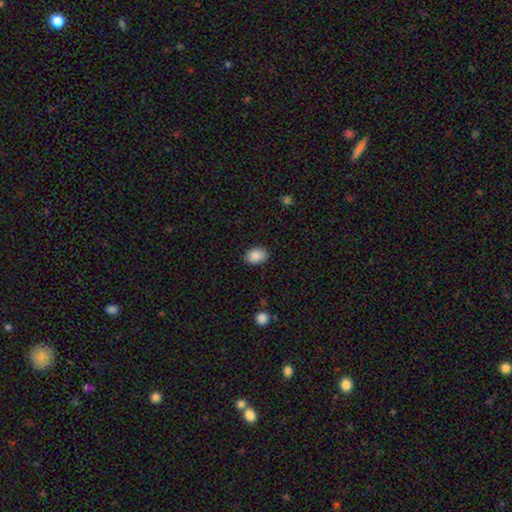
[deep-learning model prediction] A smooth galaxy with no disk features (89%) that is in between round and cigar-shaped (80%). Merging: none (86%).